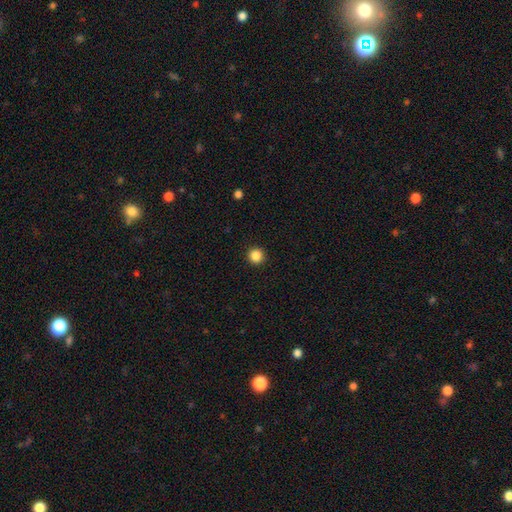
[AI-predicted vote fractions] Smooth or featured? smooth (86%)
How rounded? round (96%)
Merging? none (93%)